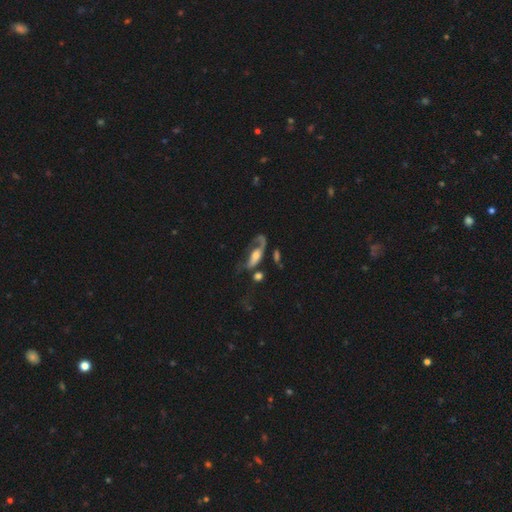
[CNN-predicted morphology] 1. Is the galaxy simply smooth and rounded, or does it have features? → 59% featured or disk, 34% smooth, 8% star or artifact.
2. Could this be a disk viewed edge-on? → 77% no, 23% yes.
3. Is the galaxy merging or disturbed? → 48% major disturbance, 24% none, 15% minor disturbance, 12% merger.